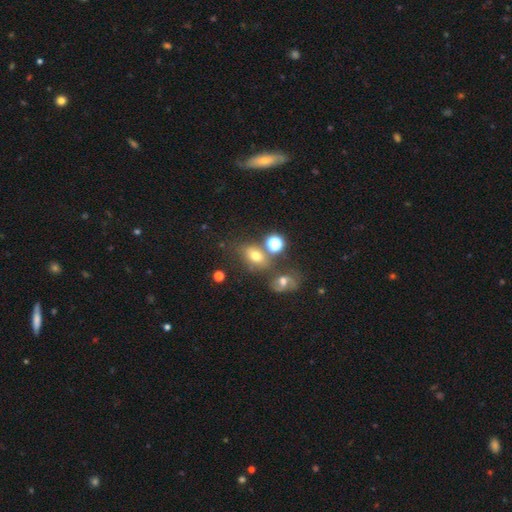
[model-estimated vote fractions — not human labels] Smooth or featured: smooth — 65% (star or artifact — 18%)
How rounded: in between — 66% (round — 32%)
Merging: none — 55% (merger — 21%)